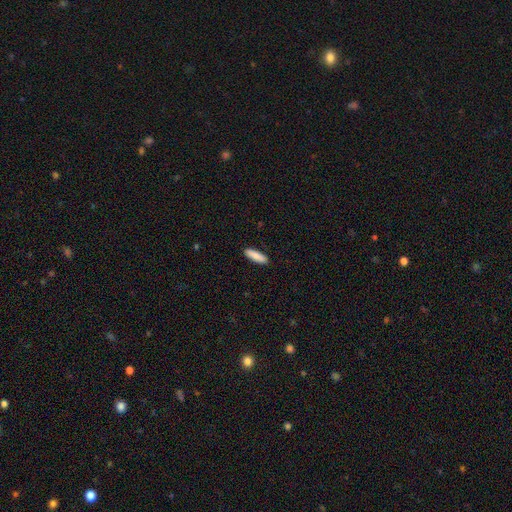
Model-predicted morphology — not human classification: Smooth or featured: smooth — 87% (featured or disk — 8%)
How rounded: cigar-shaped — 62% (in between — 36%)
Merging: none — 90% (minor disturbance — 7%)